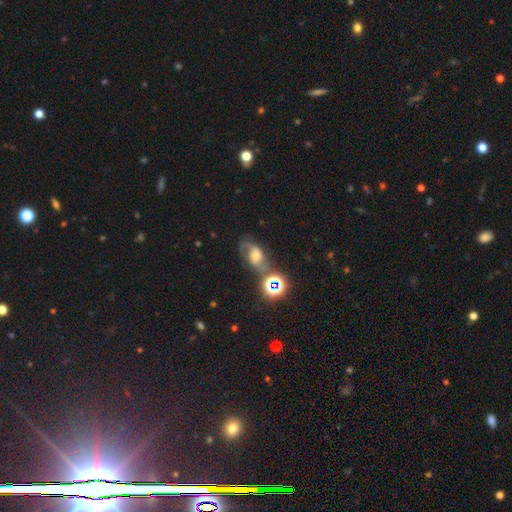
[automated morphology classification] featured or disk 53%, star or artifact 24%, smooth 23%. Down the decision tree: edge-on disk — no (95%); bar — no (49%); spiral arms — yes (87%); bulge size — moderate (39%); merging — none (55%).